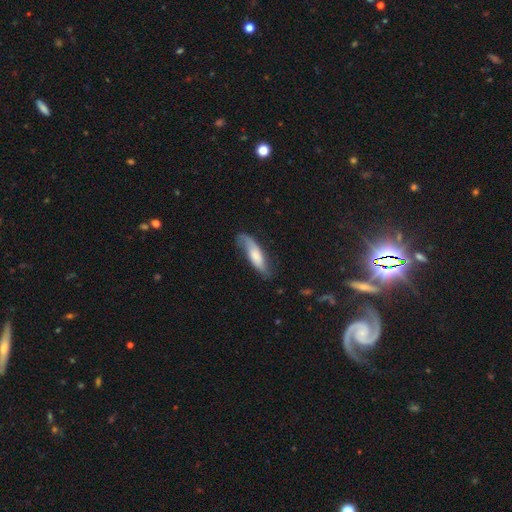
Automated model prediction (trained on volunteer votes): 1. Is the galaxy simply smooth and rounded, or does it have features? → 51% featured or disk, 43% smooth, 6% star or artifact.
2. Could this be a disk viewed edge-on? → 72% no, 28% yes.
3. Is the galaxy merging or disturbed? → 61% none, 26% minor disturbance, 12% major disturbance, 2% merger.